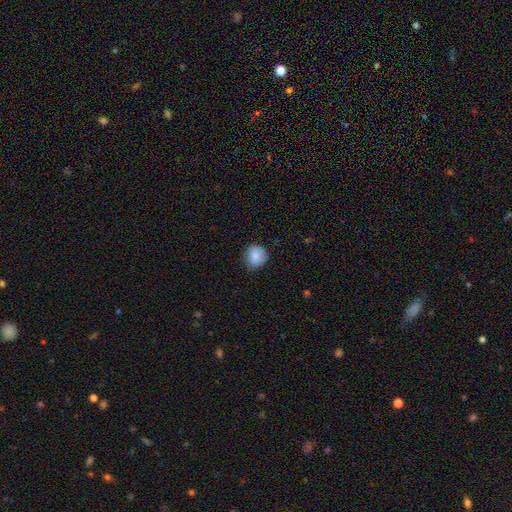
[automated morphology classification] Smooth or featured: smooth — 85% (star or artifact — 8%)
How rounded: round — 81% (in between — 18%)
Merging: none — 73% (minor disturbance — 22%)